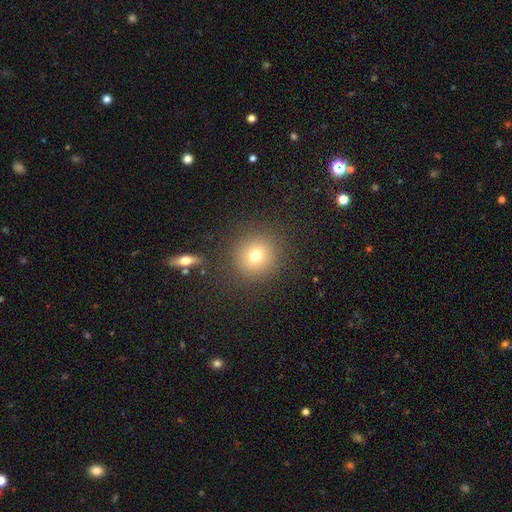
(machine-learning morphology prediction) Smooth or featured? Predicted: smooth (p=0.74). How rounded? Predicted: round (p=0.91). Merging? Predicted: none (p=0.86).